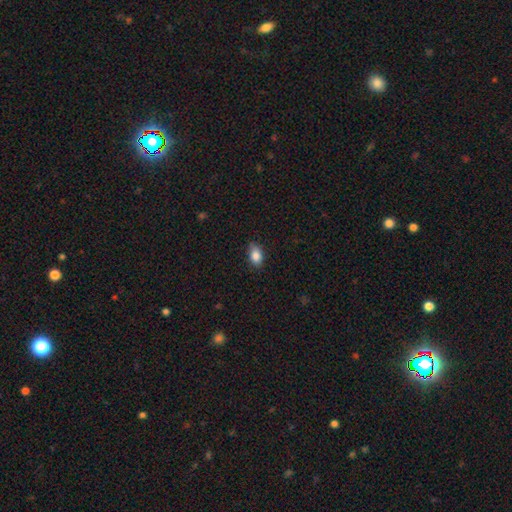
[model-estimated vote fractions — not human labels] smooth-or-featured: smooth: 85% | star or artifact: 8% | featured or disk: 7%
  how-rounded: in between: 86% | round: 12% | cigar-shaped: 3%
  merging: none: 75% | minor disturbance: 20% | major disturbance: 3% | merger: 1%